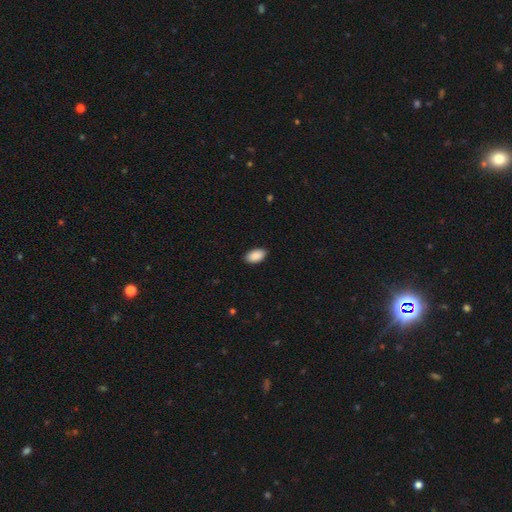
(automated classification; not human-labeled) The model was most divided on "merging": none: 89%, minor disturbance: 8%, major disturbance: 2%, merger: 1%. More confident: how rounded — in between (95%); smooth or featured — smooth (91%).